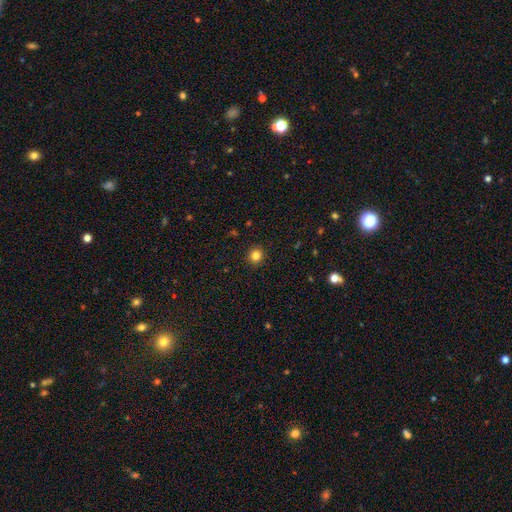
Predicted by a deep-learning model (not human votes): Smooth or featured? Predicted: smooth (p=0.83). How rounded? Predicted: round (p=0.92). Merging? Predicted: none (p=0.92).